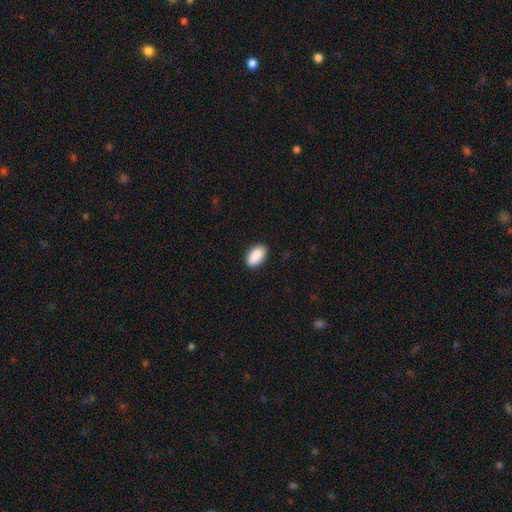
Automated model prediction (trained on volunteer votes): The model was most divided on "merging": none: 89%, minor disturbance: 8%, major disturbance: 2%, merger: 1%. More confident: how rounded — in between (95%); smooth or featured — smooth (91%).